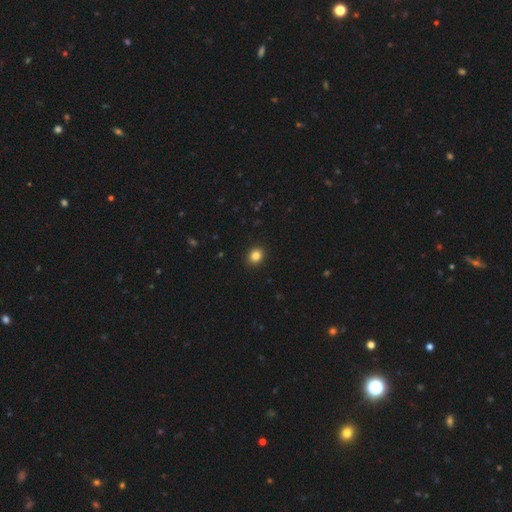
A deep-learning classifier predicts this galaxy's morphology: Smooth or featured: smooth — 85% (star or artifact — 11%)
How rounded: round — 73% (in between — 26%)
Merging: none — 92% (minor disturbance — 6%)